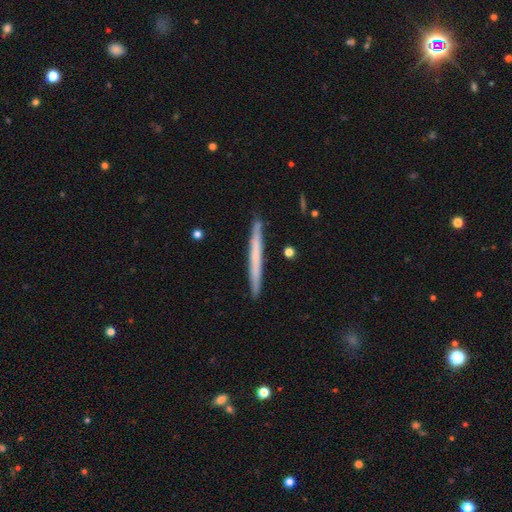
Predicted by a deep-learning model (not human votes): This is possibly a smooth galaxy (52%). How rounded: clearly cigar-shaped (97%). Merging: clearly none (91%).